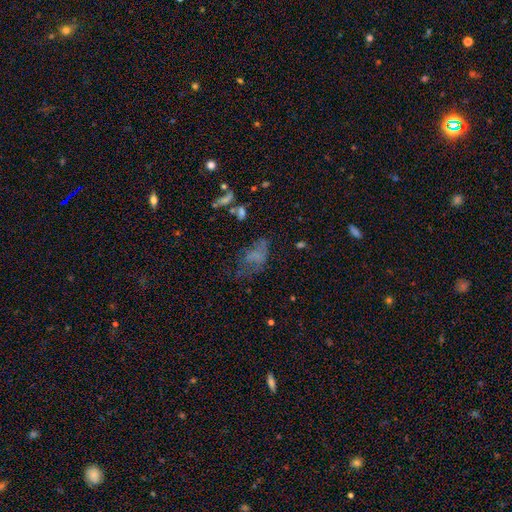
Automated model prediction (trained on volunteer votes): Smooth or featured? smooth (49%)
Merging? major disturbance (37%)